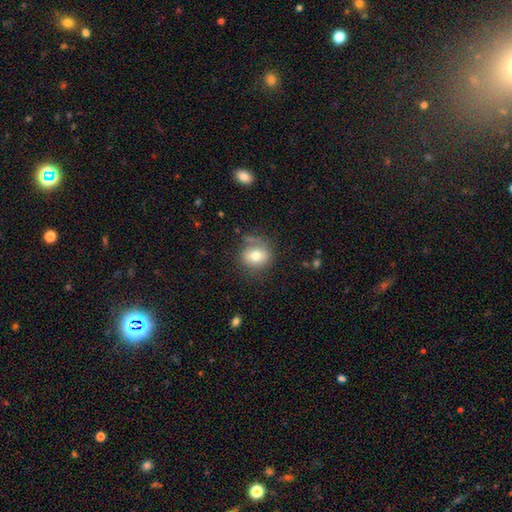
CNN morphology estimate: Q: Smooth or featured?
A: smooth (74%); runner-up: featured or disk (17%)
Q: How rounded?
A: round (75%); runner-up: in between (24%)
Q: Merging?
A: none (68%); runner-up: minor disturbance (20%)